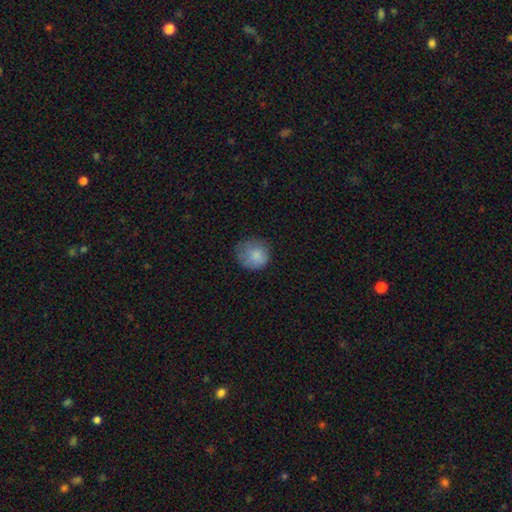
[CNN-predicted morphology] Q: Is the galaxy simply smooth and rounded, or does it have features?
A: smooth — 83%.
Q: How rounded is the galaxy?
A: round — 87%.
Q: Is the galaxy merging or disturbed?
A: none — 68%.